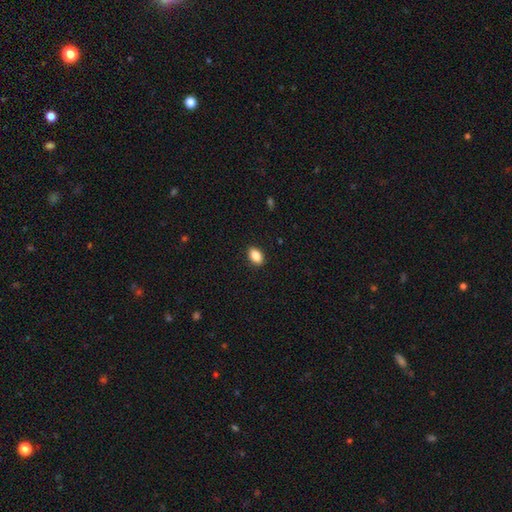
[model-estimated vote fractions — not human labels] smooth 86%, star or artifact 8%, featured or disk 6%. Down the decision tree: how rounded — in between (85%); merging — none (90%).